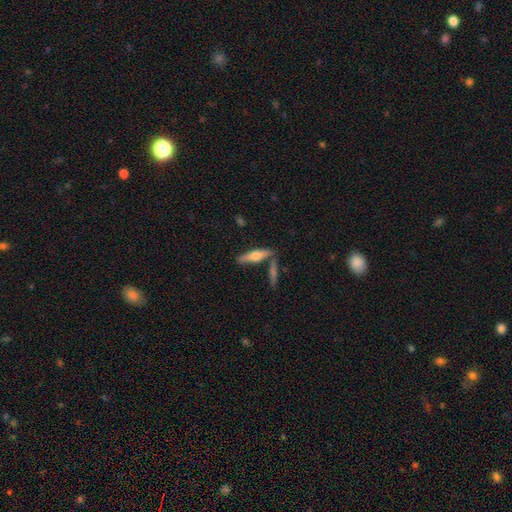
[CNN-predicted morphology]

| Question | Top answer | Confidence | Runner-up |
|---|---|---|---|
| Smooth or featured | featured or disk | 48% | smooth (46%) |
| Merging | none | 74% | merger (12%) |